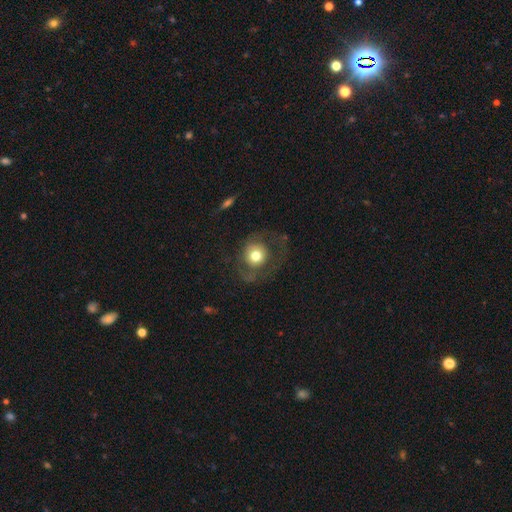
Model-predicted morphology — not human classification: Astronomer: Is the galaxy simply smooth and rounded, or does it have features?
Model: smooth — 57% (runner-up: featured or disk, 34%).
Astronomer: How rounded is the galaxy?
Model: round — 84%.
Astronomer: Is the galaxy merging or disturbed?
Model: none — 46% (runner-up: major disturbance, 35%).